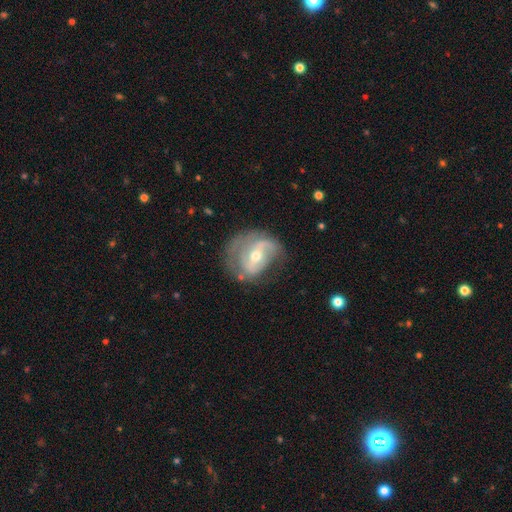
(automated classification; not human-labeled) Smooth or featured: featured or disk — 76% (smooth — 17%)
Edge-on disk: no — 96% (yes — 4%)
Bar: weak — 42% (strong — 30%)
Spiral arms: yes — 81% (no — 19%)
Spiral winding: medium — 41% (loose — 31%)
Spiral arm count: 2 — 56% (1 — 19%)
Bulge size: moderate — 56% (small — 40%)
Merging: none — 51% (minor disturbance — 27%)